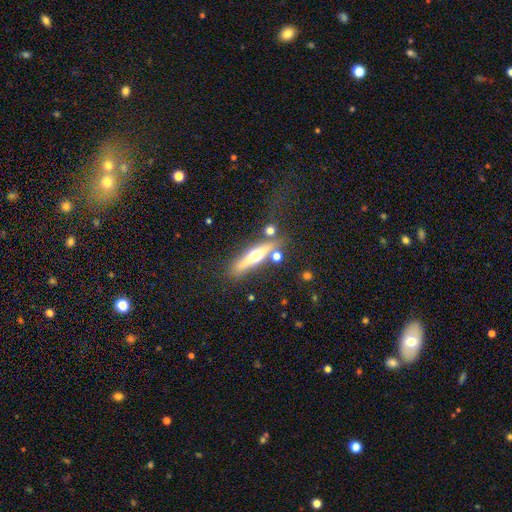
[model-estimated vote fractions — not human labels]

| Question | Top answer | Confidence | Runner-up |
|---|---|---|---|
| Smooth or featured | featured or disk | 62% | smooth (30%) |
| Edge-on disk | yes | 93% | no (7%) |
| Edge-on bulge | rounded | 93% | none (4%) |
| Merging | none | 75% | minor disturbance (13%) |